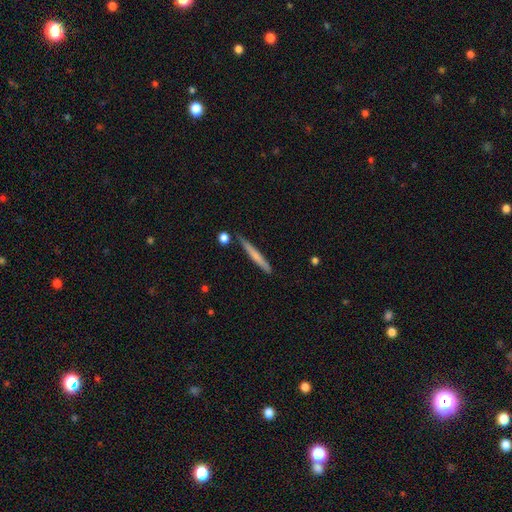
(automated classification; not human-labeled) The model was most divided on "smooth or featured": smooth: 57%, featured or disk: 37%, star or artifact: 5%. More confident: how rounded — cigar-shaped (96%); merging — none (83%).